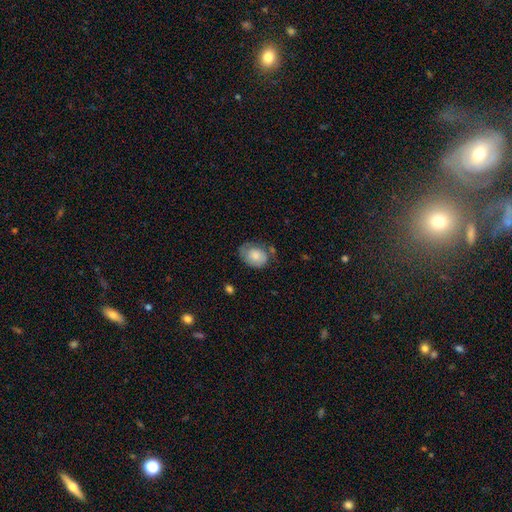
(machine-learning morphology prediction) This appears to be a smooth galaxy with no disk features (70%) that is in between round and cigar-shaped (68%). Merging: none (50%).